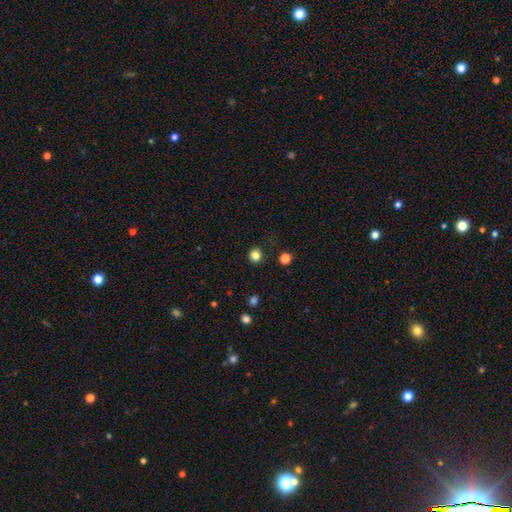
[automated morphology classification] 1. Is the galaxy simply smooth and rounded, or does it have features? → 83% smooth, 13% star or artifact, 4% featured or disk.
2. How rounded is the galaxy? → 92% round, 7% in between, 1% cigar-shaped.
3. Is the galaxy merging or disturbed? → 90% none, 6% minor disturbance, 2% major disturbance, 1% merger.